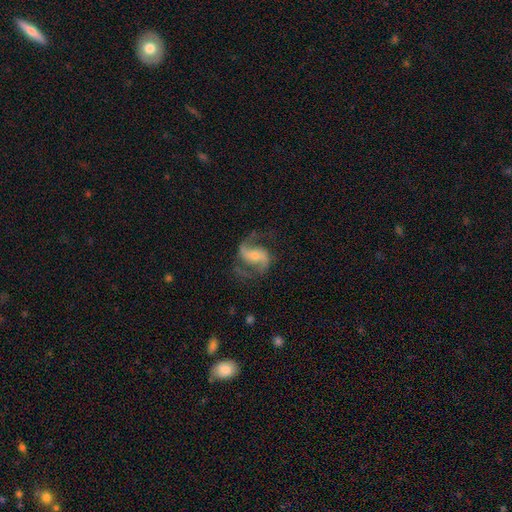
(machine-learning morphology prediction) Smooth or featured: featured or disk — 87% (smooth — 7%)
Edge-on disk: no — 98% (yes — 2%)
Bar: weak — 40% (strong — 32%)
Spiral arms: yes — 97% (no — 3%)
Spiral winding: medium — 49% (loose — 41%)
Spiral arm count: 2 — 92% (1 — 2%)
Bulge size: small — 51% (moderate — 32%)
Merging: none — 70% (minor disturbance — 15%)